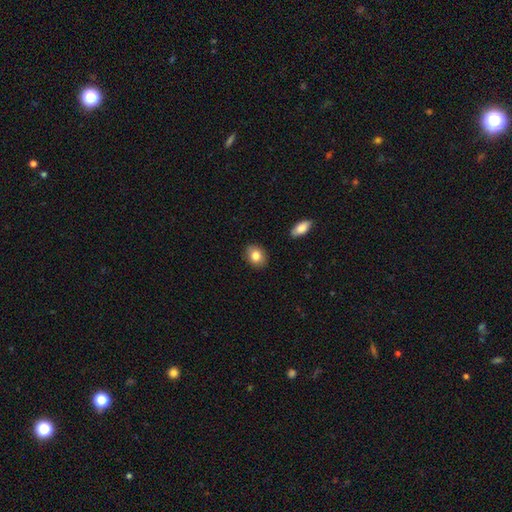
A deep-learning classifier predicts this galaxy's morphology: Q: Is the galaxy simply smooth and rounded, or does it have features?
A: smooth — 83%.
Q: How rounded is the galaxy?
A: in between — 51%.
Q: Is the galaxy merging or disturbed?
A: none — 88%.